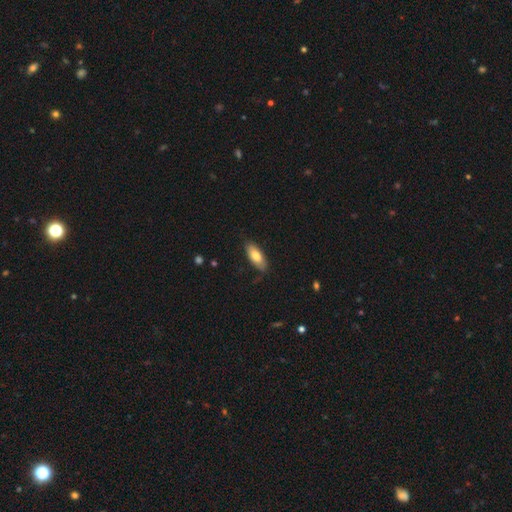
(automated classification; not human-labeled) This is likely a smooth galaxy (77%). How rounded: likely in between (77%). Merging: clearly none (81%).